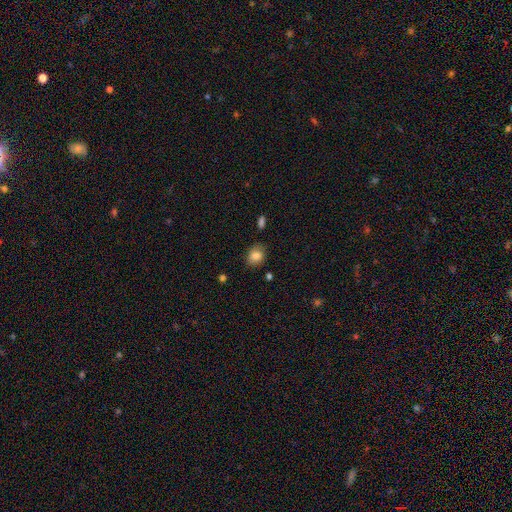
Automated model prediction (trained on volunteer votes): Smooth or featured? Predicted: smooth (p=0.82). How rounded? Predicted: in between (p=0.57). Merging? Predicted: none (p=0.77).